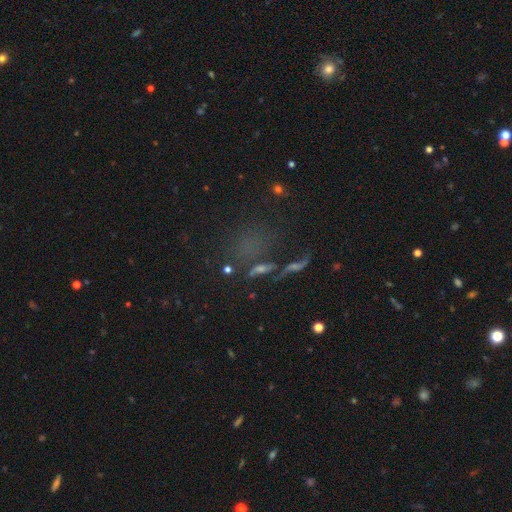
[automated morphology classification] smooth-or-featured: star or artifact: 51% | smooth: 30% | featured or disk: 19%